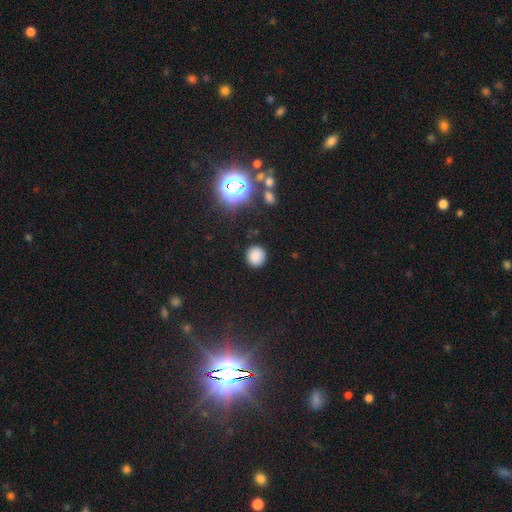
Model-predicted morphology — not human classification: Smooth or featured? smooth (82%)
How rounded? round (87%)
Merging? none (87%)